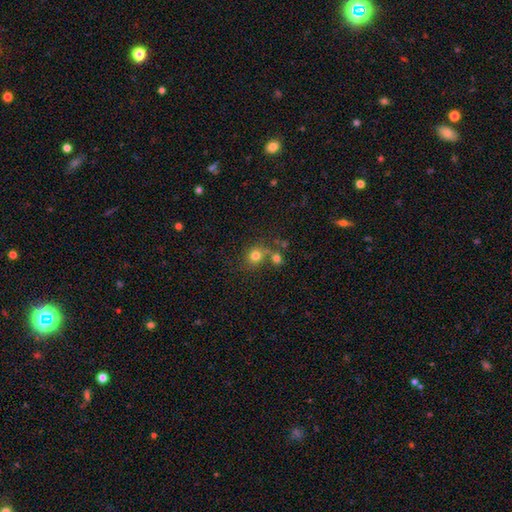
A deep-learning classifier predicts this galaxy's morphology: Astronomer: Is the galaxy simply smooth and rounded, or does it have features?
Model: smooth — 78%.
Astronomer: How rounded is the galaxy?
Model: round — 82%.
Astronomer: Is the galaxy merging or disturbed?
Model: none — 59%.